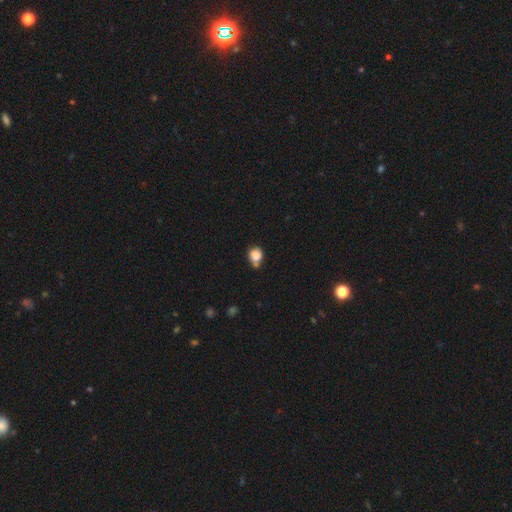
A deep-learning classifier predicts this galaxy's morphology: A smooth galaxy with no disk features (84%) that is round (75%).

Vote fractions:
- Smooth or featured? smooth: 84% / star or artifact: 10% / featured or disk: 6%
- How rounded? round: 75% / in between: 23% / cigar-shaped: 1%
- Merging? none: 48% / minor disturbance: 23% / merger: 22% / major disturbance: 7%